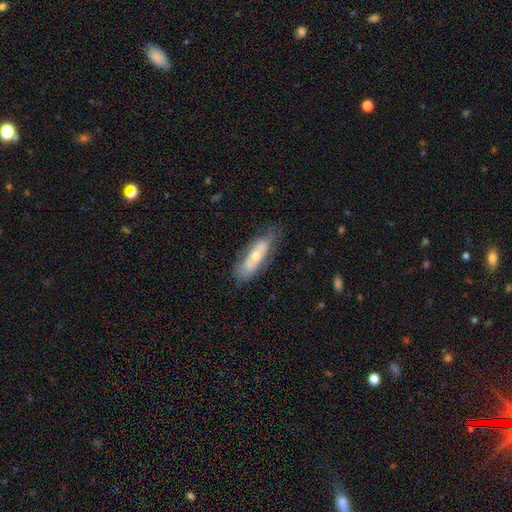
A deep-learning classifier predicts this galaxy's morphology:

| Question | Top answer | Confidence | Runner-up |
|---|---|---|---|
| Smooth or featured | featured or disk | 49% | smooth (45%) |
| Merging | none | 69% | minor disturbance (22%) |